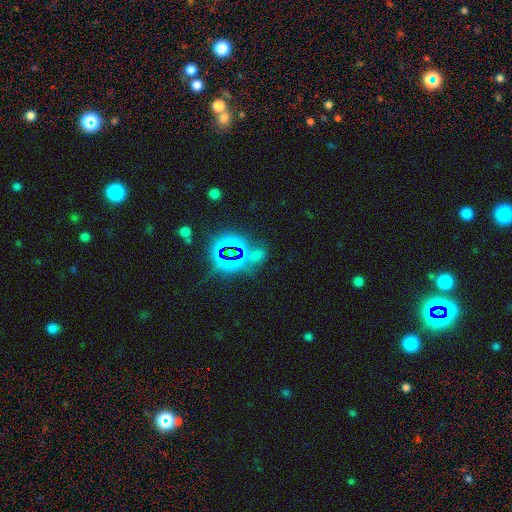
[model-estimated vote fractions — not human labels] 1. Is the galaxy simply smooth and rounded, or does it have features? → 66% star or artifact, 25% smooth, 10% featured or disk.